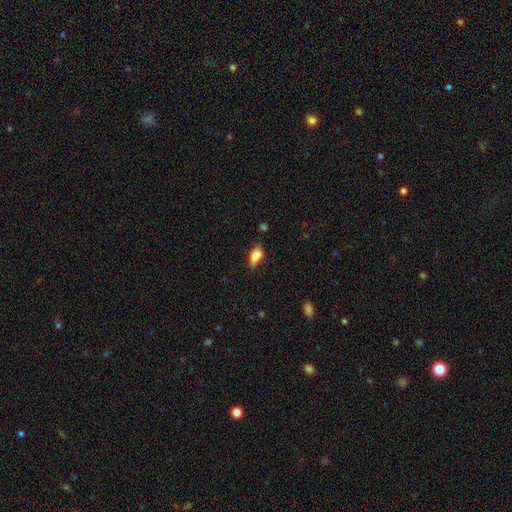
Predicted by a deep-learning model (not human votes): The model was most divided on "merging": none: 52%, minor disturbance: 31%, major disturbance: 9%, merger: 9%. More confident: how rounded — in between (85%); smooth or featured — smooth (79%).